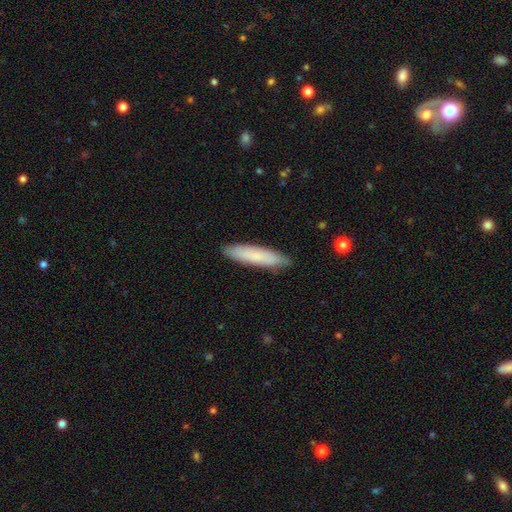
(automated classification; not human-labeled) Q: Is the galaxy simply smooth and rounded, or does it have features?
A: smooth — 78%.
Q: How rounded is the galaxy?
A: cigar-shaped — 83%.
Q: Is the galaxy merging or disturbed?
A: none — 89%.